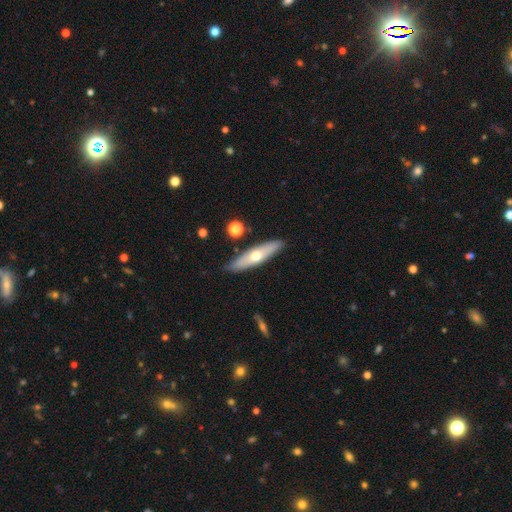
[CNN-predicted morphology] Smooth or featured?
  - smooth: 48% *
  - featured or disk: 46%
  - star or artifact: 6%
Merging?
  - none: 85% *
  - minor disturbance: 10%
  - merger: 2%
  - major disturbance: 2%